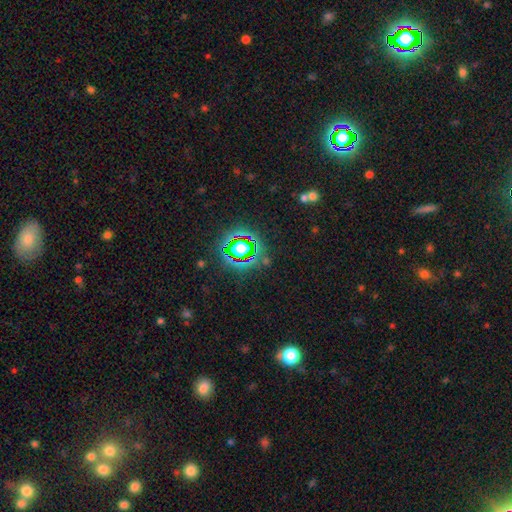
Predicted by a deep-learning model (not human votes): smooth_or_featured: star or artifact (p=0.78) [alt: smooth p=0.14]